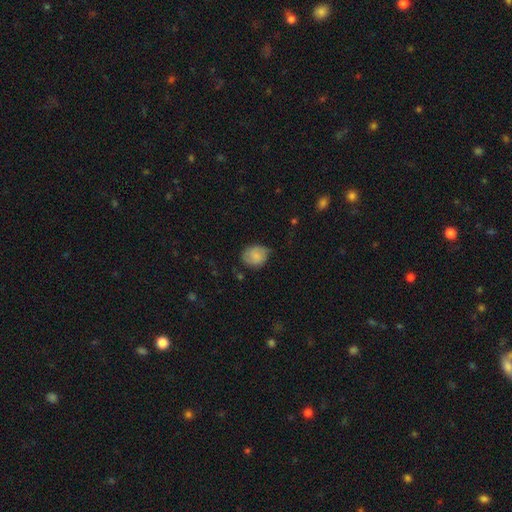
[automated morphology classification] Smooth or featured? smooth (76%)
How rounded? round (59%)
Merging? none (64%)